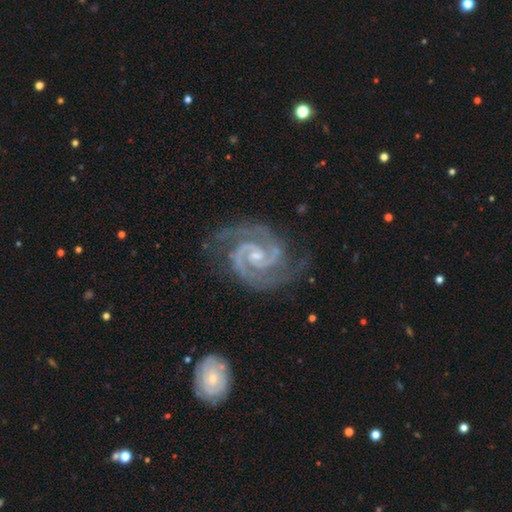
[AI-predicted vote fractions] Smooth or featured: featured or disk — 94% (star or artifact — 4%)
Edge-on disk: no — 98% (yes — 2%)
Bar: no — 44% (weak — 43%)
Spiral arms: yes — 99% (no — 1%)
Spiral winding: medium — 48% (tied with tight — 48%)
Spiral arm count: 2 — 90% (3 — 4%)
Bulge size: small — 65% (moderate — 28%)
Merging: none — 75% (minor disturbance — 17%)